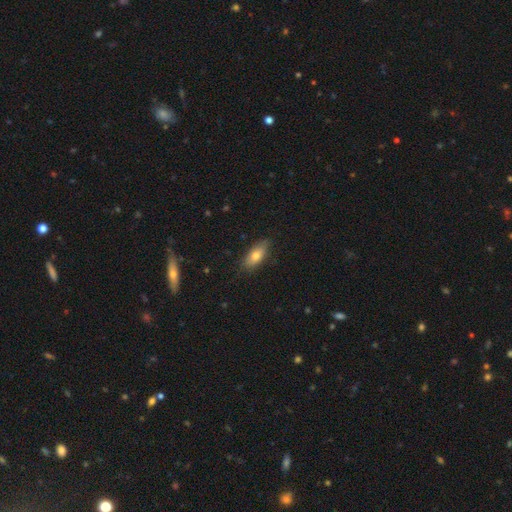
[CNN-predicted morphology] Q: Smooth or featured?
A: smooth (74%); runner-up: featured or disk (19%)
Q: How rounded?
A: in between (82%); runner-up: cigar-shaped (15%)
Q: Merging?
A: none (82%); runner-up: minor disturbance (14%)